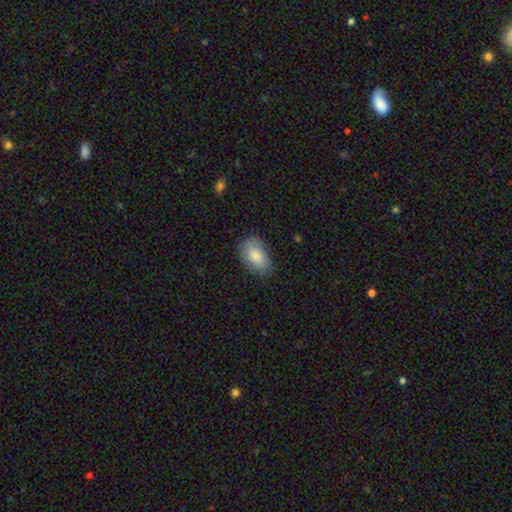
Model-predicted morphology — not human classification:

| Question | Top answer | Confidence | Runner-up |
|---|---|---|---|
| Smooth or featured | smooth | 84% | featured or disk (10%) |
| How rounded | in between | 92% | round (7%) |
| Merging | none | 78% | minor disturbance (17%) |